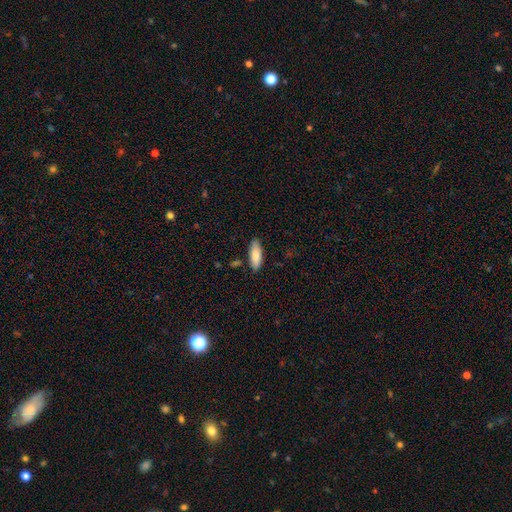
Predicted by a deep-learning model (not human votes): Morphology: type=smooth (84%); roundness=in between (70%); merging=none (83%).